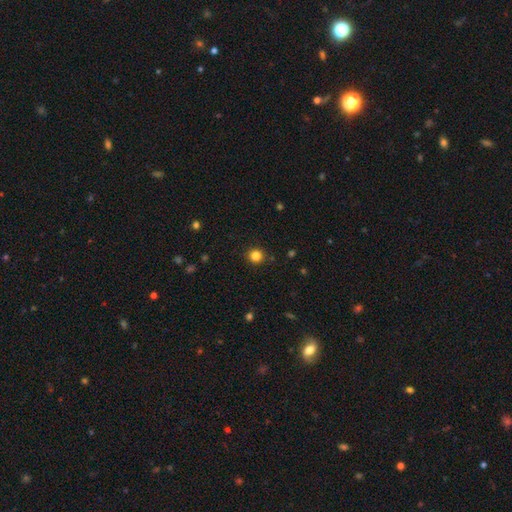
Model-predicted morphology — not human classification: This appears to be a smooth galaxy with no disk features (83%) that is round (93%). Merging: none (91%).